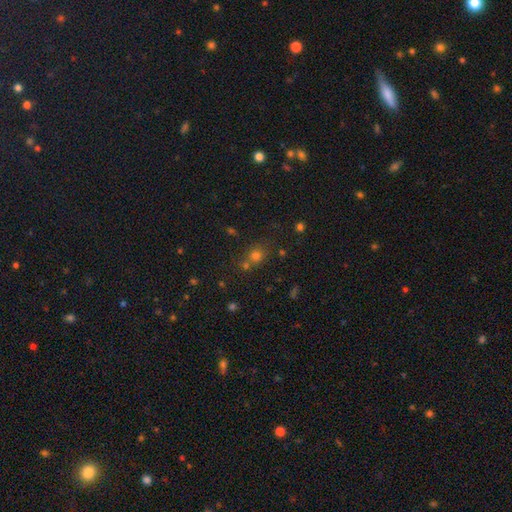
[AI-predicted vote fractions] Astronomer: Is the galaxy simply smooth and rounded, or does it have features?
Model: smooth — 67%.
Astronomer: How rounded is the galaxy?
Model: round — 76%.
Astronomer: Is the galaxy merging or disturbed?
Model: none — 60%.